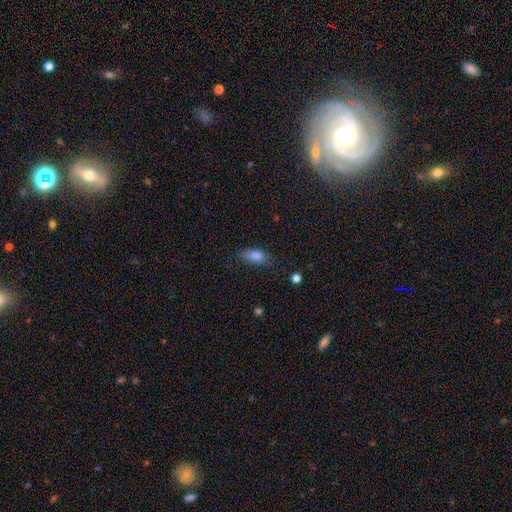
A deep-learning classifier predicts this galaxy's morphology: Smooth or featured? Predicted: smooth (p=0.83). How rounded? Predicted: in between (p=0.85). Merging? Predicted: none (p=0.67).